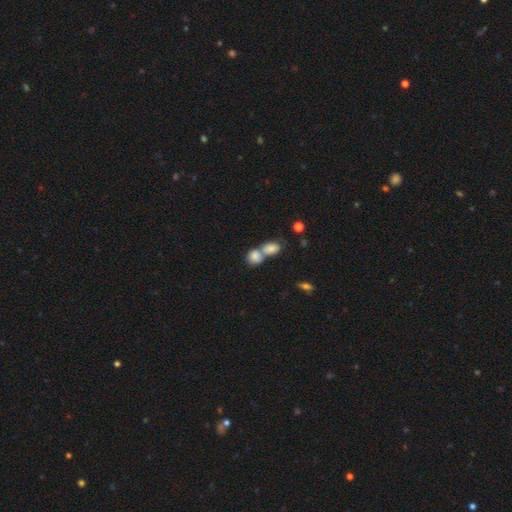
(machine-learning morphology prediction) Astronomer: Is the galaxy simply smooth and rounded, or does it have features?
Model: smooth — 81%.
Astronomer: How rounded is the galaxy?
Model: round — 49%, tied with in between at 49%.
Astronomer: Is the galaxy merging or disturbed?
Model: merger — 67%.